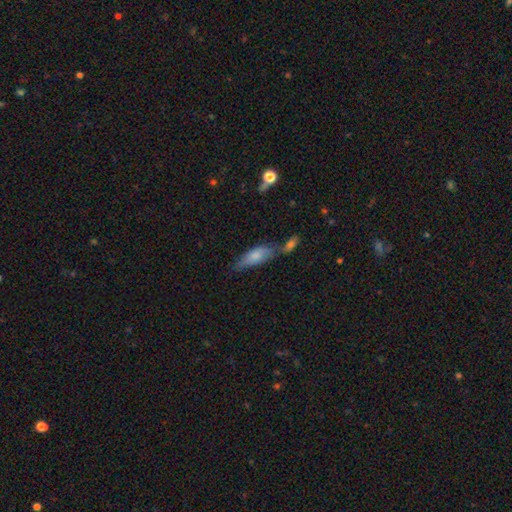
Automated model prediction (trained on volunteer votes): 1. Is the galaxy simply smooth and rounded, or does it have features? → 72% smooth, 21% featured or disk, 7% star or artifact.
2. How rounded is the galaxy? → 67% in between, 31% cigar-shaped, 2% round.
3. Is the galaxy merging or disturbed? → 38% none, 33% merger, 21% minor disturbance, 8% major disturbance.